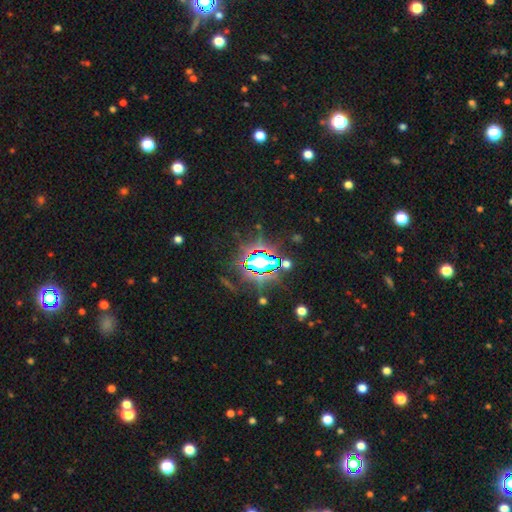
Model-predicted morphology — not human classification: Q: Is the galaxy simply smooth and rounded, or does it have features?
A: star or artifact — 72%.